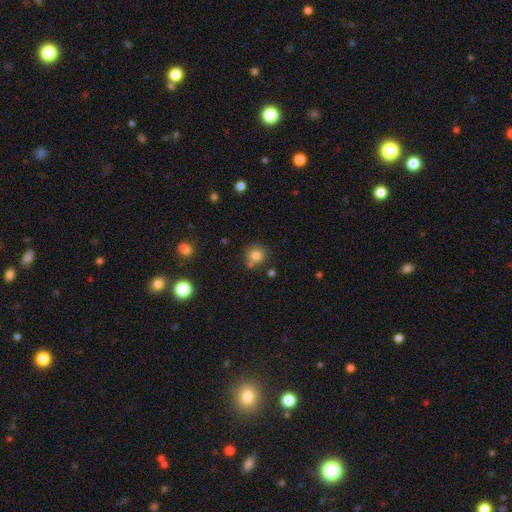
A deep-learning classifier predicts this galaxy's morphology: Smooth or featured? smooth (80%)
How rounded? round (90%)
Merging? none (69%)